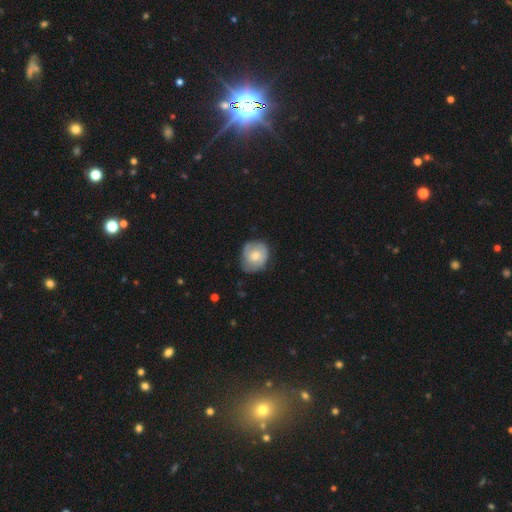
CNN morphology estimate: This is likely a smooth galaxy (64%). How rounded: likely round (69%). Merging: likely none (63%).